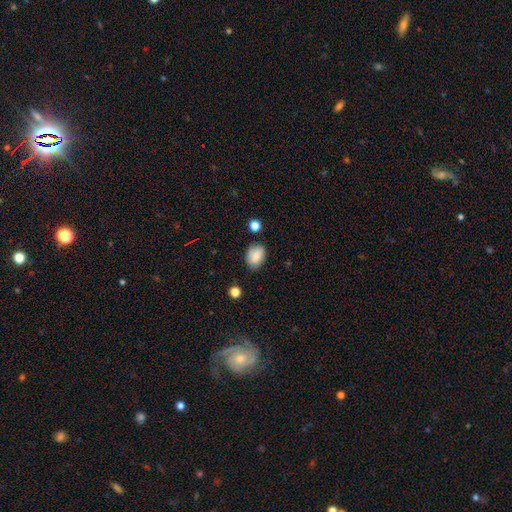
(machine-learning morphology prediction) This is likely a smooth galaxy (80%). How rounded: likely in between (74%). Merging: likely none (77%).